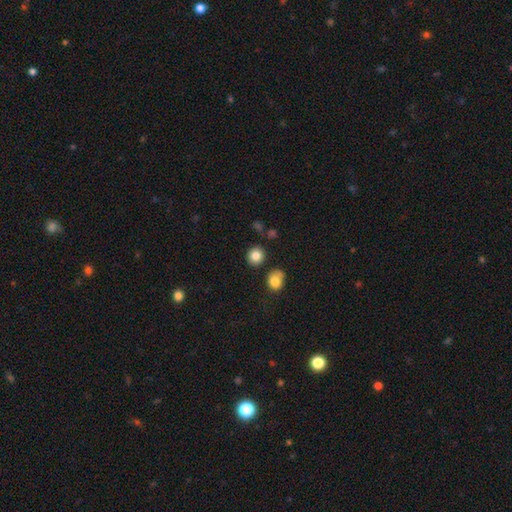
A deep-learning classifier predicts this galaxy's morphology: type=smooth (84%); roundness=round (84%); merging=none (84%).